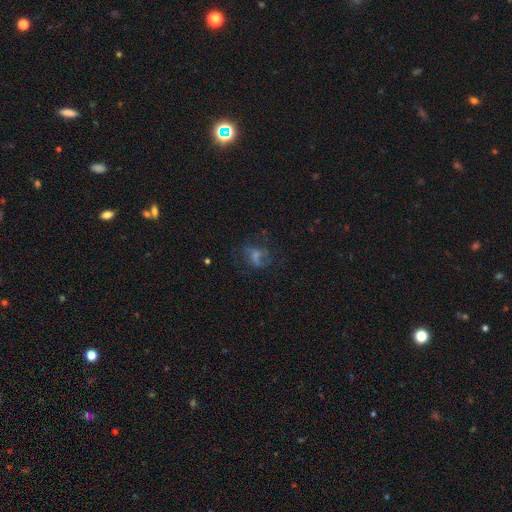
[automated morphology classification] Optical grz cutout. It shows a featured or disk galaxy (45%). Merging: none (48%).